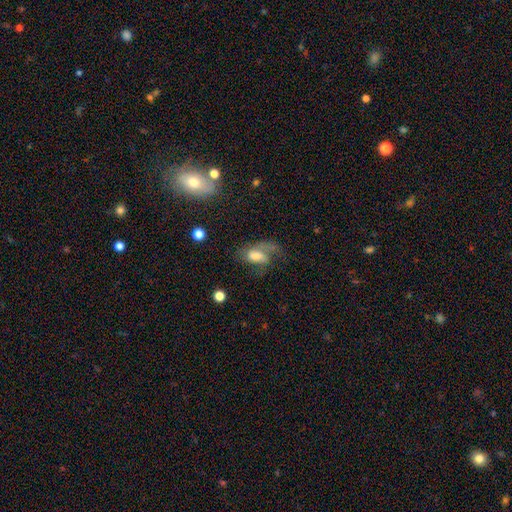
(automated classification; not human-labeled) Smooth or featured? Predicted: featured or disk (p=0.50). Merging? Predicted: major disturbance (p=0.41).